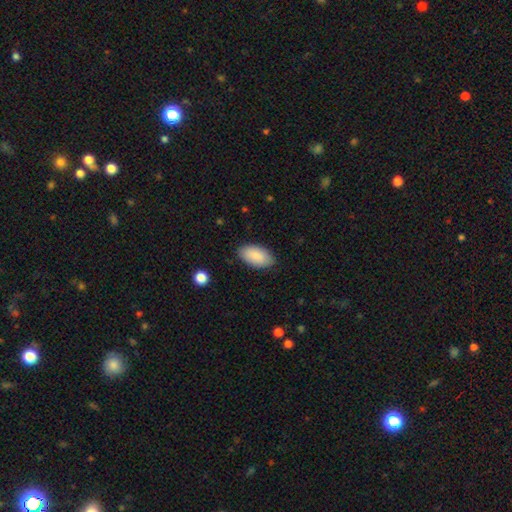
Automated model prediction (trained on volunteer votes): The model was most divided on "merging": none: 86%, minor disturbance: 11%, major disturbance: 2%, merger: 1%. More confident: how rounded — in between (95%); smooth or featured — smooth (89%).